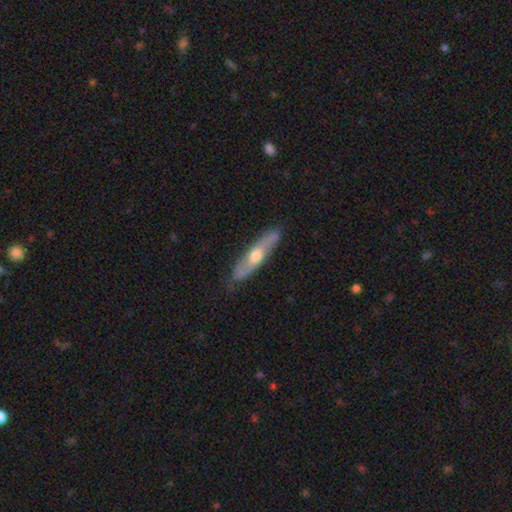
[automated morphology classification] This appears to be a featured or disk galaxy (61%) viewed edge-on (53%). Merging: none (81%).